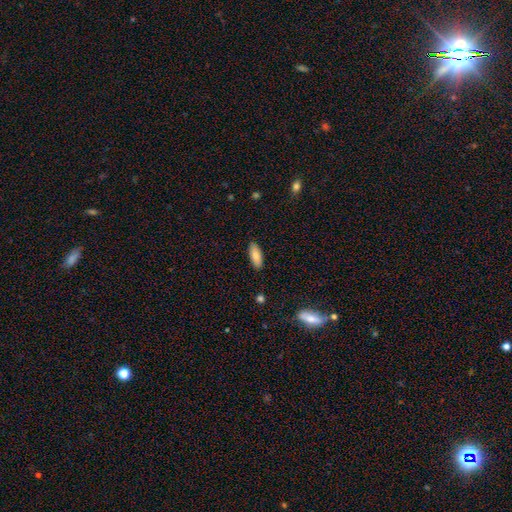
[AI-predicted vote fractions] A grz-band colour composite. It shows a smooth galaxy with no disk features (84%) that is in between round and cigar-shaped (76%). Merging: none (88%).